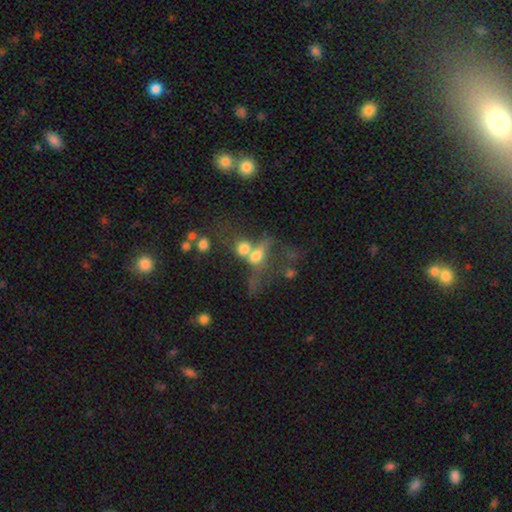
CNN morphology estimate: smooth_or_featured: smooth (p=0.54) [alt: featured or disk p=0.30]
how_rounded: in between (p=0.53) [alt: round p=0.39]
merging: merger (p=0.63) [alt: major disturbance p=0.15]